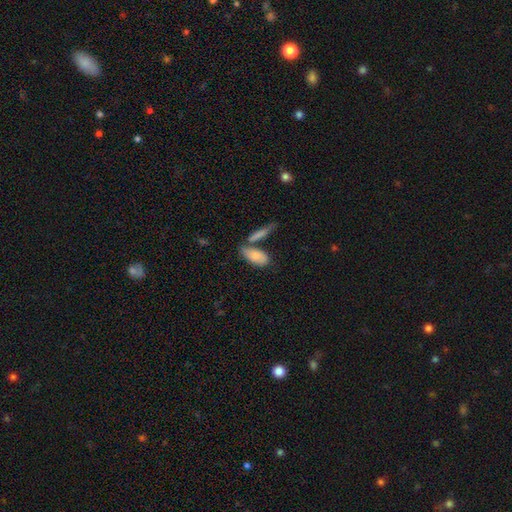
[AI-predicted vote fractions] A smooth galaxy with no disk features (80%) that is in between round and cigar-shaped (83%). Merging: none (49%).